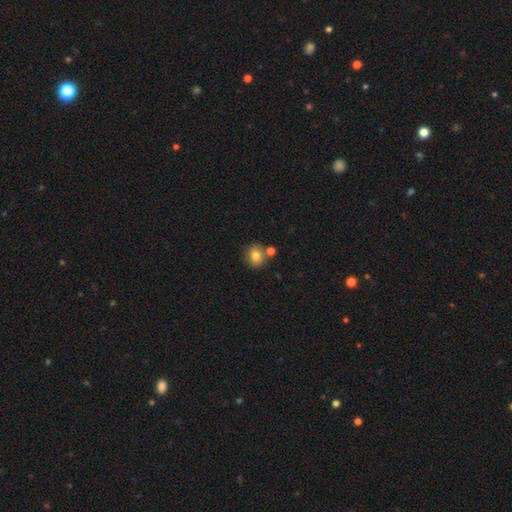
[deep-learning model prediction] The model was most divided on "how rounded": round: 78%, in between: 21%, cigar-shaped: 1%. More confident: smooth or featured — smooth (80%); merging — none (72%).